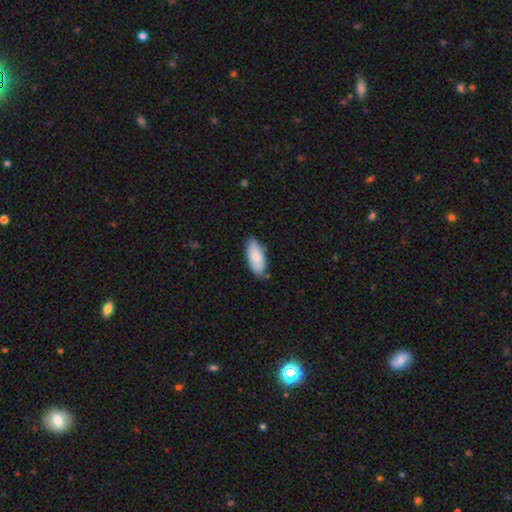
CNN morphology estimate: Smooth or featured? smooth (78%)
How rounded? in between (90%)
Merging? none (77%)